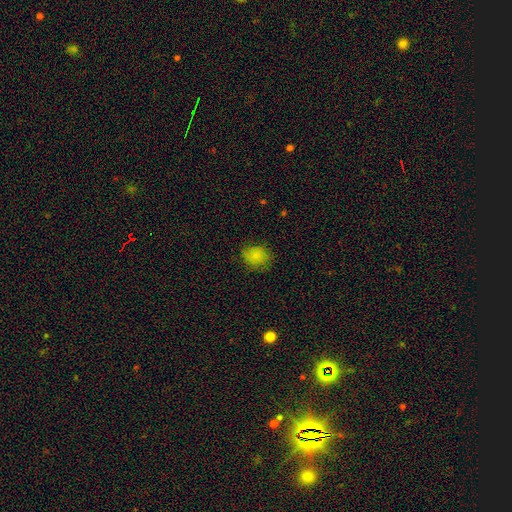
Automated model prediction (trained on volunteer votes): Overall: smooth (81%). How rounded: round (65%; in between 34%). Merging: none (71%).